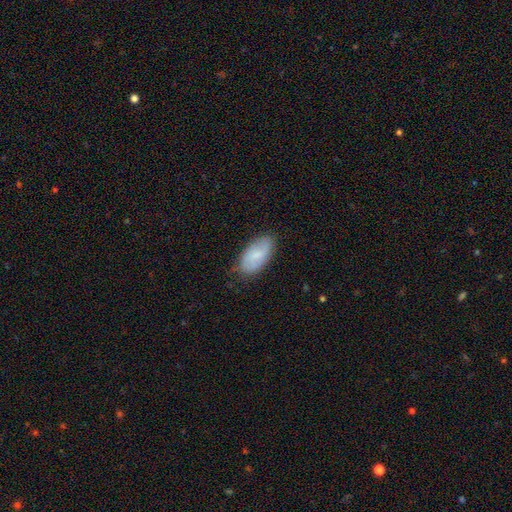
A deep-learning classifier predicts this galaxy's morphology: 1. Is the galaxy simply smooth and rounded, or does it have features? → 62% smooth, 31% featured or disk, 7% star or artifact.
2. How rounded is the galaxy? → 93% in between, 4% cigar-shaped, 3% round.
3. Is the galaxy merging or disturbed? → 77% none, 19% minor disturbance, 3% major disturbance, 1% merger.